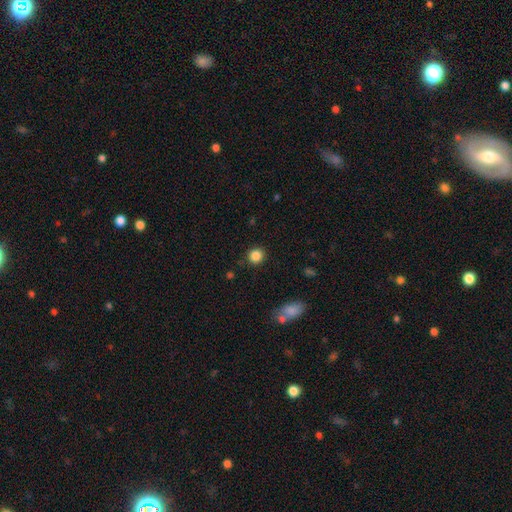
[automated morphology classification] A smooth galaxy with no disk features (86%) that is round (89%).

Vote fractions:
- Smooth or featured? smooth: 86% / star or artifact: 11% / featured or disk: 4%
- How rounded? round: 89% / in between: 10% / cigar-shaped: 1%
- Merging? none: 88% / minor disturbance: 7% / major disturbance: 3% / merger: 2%